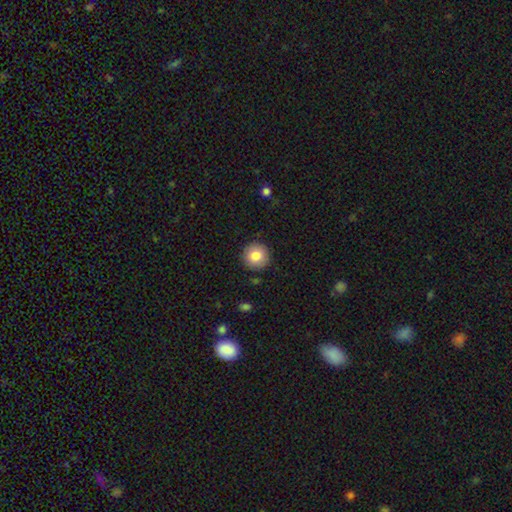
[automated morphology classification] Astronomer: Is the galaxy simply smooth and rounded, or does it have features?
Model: smooth — 83%.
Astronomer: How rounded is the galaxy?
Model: round — 95%.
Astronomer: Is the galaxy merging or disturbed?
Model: none — 90%.